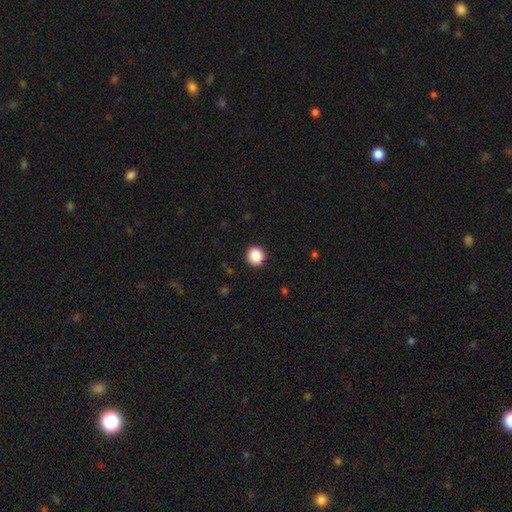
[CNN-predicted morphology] This appears to be a smooth galaxy with no disk features (89%) that is round (93%). Merging: none (91%).